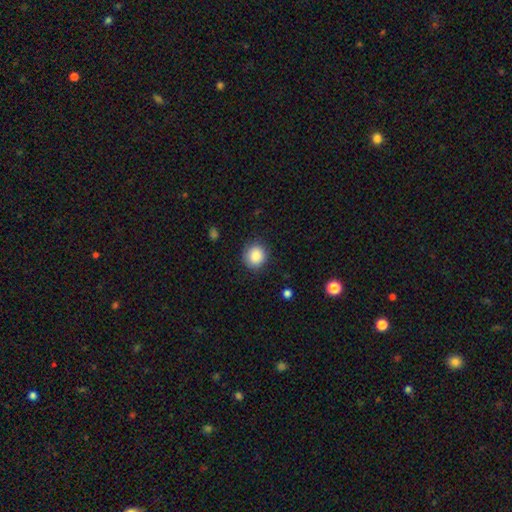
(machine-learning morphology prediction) A smooth galaxy with no disk features (87%) that is round (90%). Merging: none (87%).